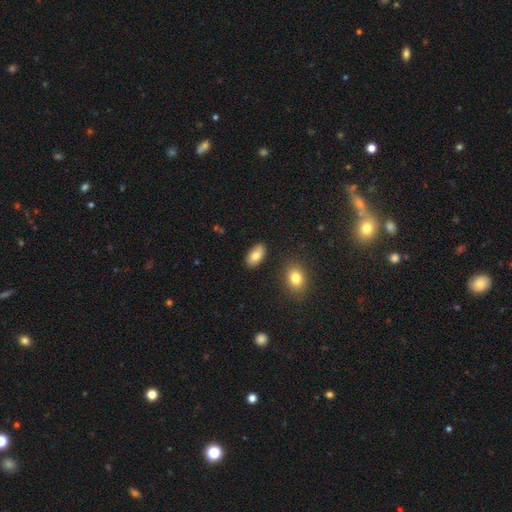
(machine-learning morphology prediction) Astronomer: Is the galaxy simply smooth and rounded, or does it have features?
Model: smooth — 78%.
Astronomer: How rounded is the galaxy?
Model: in between — 94%.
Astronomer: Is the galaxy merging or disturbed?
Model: none — 83%.